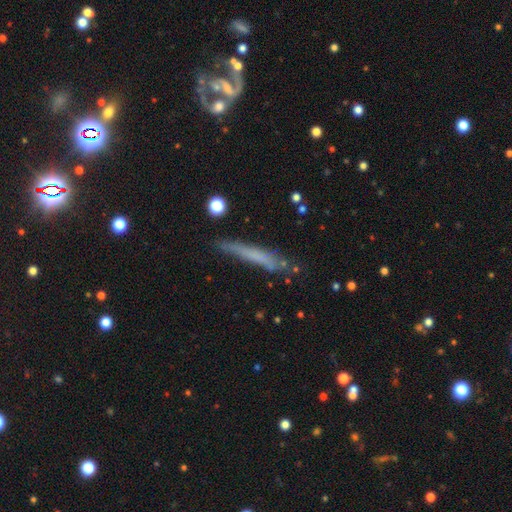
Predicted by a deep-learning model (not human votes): This is possibly a smooth galaxy (57%). How rounded: clearly cigar-shaped (94%). Merging: likely none (72%).